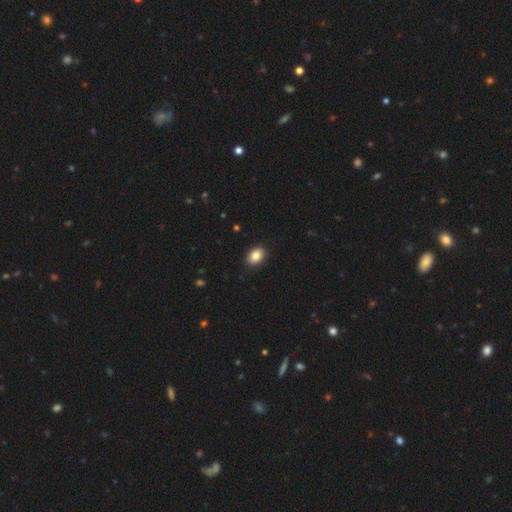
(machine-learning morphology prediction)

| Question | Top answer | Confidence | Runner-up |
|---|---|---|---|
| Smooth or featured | smooth | 86% | star or artifact (8%) |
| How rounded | in between | 82% | round (17%) |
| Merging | none | 90% | minor disturbance (7%) |